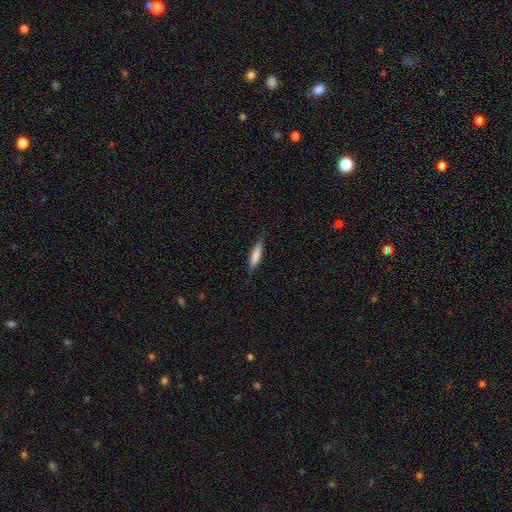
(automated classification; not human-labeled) Smooth or featured? smooth (71%)
How rounded? cigar-shaped (83%)
Merging? none (83%)